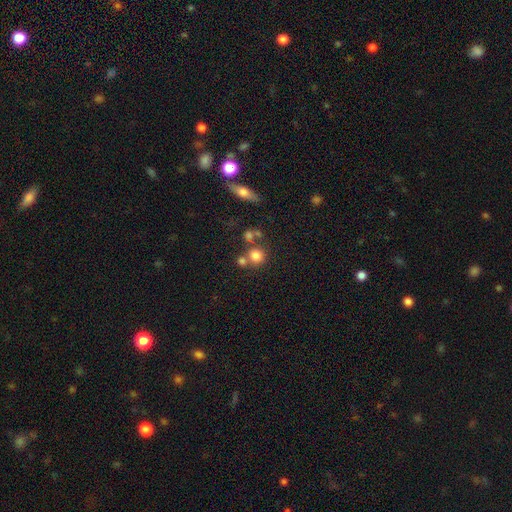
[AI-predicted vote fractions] smooth_or_featured: smooth (p=0.76) [alt: star or artifact p=0.13]
how_rounded: round (p=0.89) [alt: in between p=0.10]
merging: none (p=0.60) [alt: merger p=0.27]